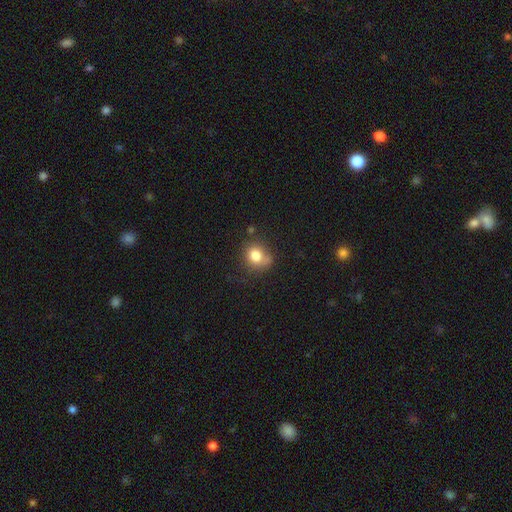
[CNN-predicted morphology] Smooth or featured? smooth (80%)
How rounded? round (72%)
Merging? none (62%)